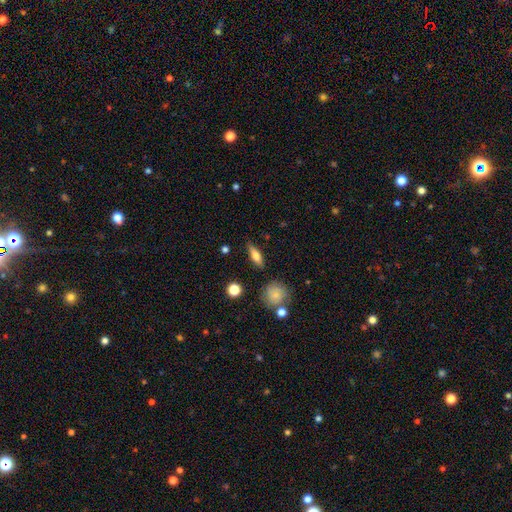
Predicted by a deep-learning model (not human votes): Q: Smooth or featured?
A: smooth (66%); runner-up: featured or disk (26%)
Q: How rounded?
A: in between (54%); runner-up: cigar-shaped (40%)
Q: Merging?
A: none (82%); runner-up: minor disturbance (12%)